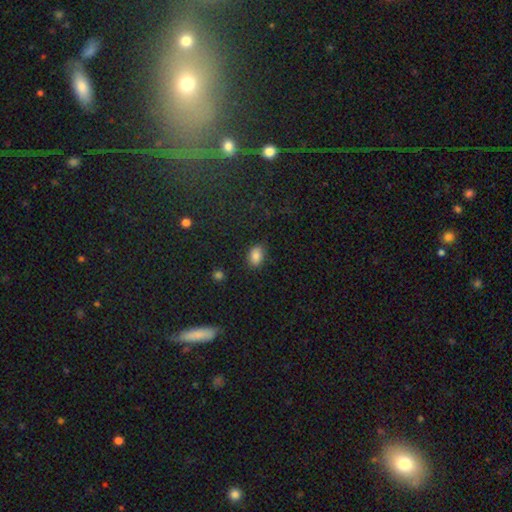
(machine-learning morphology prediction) The model was most divided on "merging": none: 82%, minor disturbance: 14%, major disturbance: 3%, merger: 2%. More confident: how rounded — in between (84%); smooth or featured — smooth (84%).